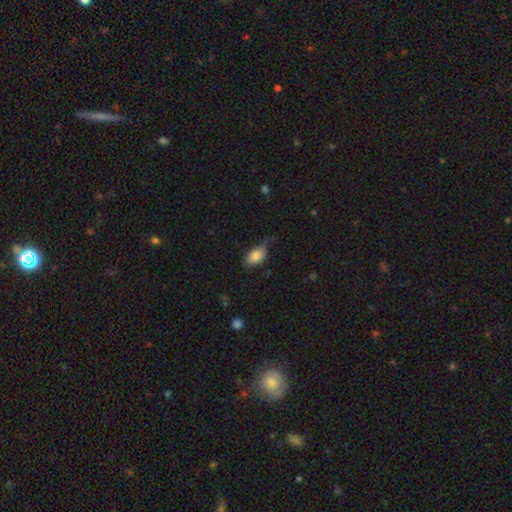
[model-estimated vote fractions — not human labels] smooth 84%, featured or disk 9%, star or artifact 7%. Down the decision tree: how rounded — in between (92%); merging — none (54%).